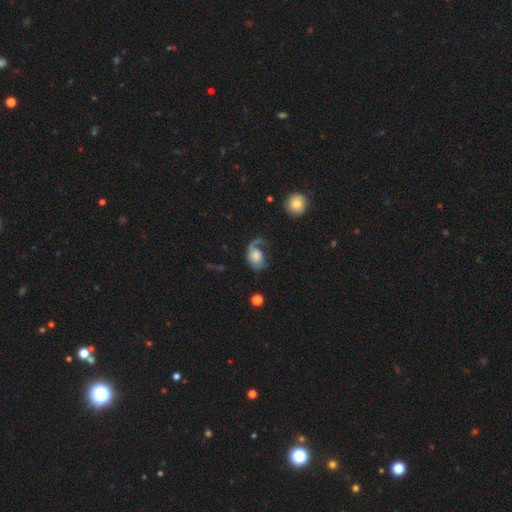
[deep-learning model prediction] Q: Smooth or featured?
A: featured or disk (58%); runner-up: smooth (35%)
Q: Edge-on disk?
A: no (97%); runner-up: yes (3%)
Q: Bar?
A: no (76%); runner-up: weak (20%)
Q: Spiral arms?
A: yes (83%); runner-up: no (17%)
Q: Bulge size?
A: moderate (39%); runner-up: large (30%)
Q: Merging?
A: major disturbance (45%); runner-up: none (31%)